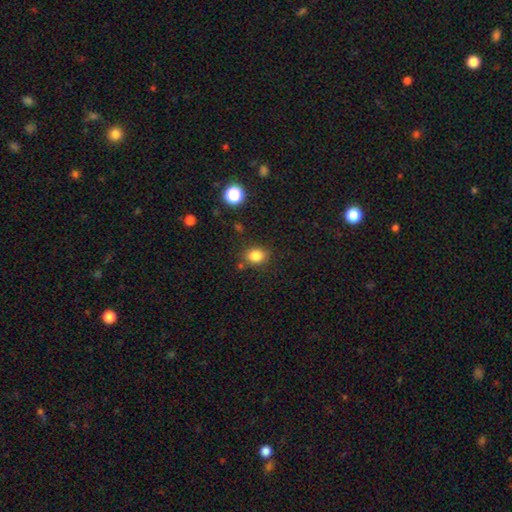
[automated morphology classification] smooth 83%, star or artifact 12%, featured or disk 5%. Down the decision tree: how rounded — round (54%); merging — none (79%).